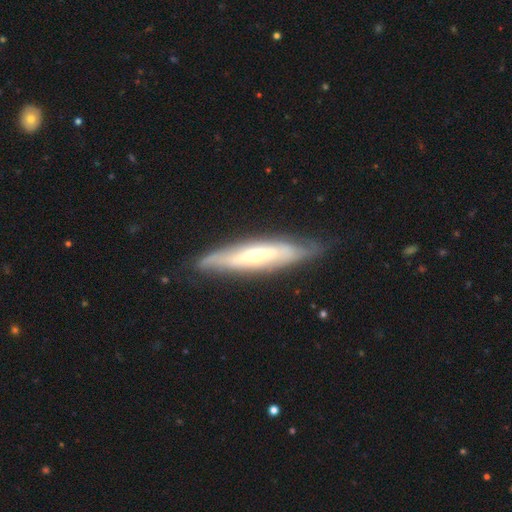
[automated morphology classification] A featured or disk galaxy (71%) viewed edge-on (51%).

Vote fractions:
- Smooth or featured? featured or disk: 71% / smooth: 24% / star or artifact: 6%
- Edge-on disk? yes: 51% / no: 49%
- Merging? none: 77% / minor disturbance: 17% / major disturbance: 5% / merger: 2%